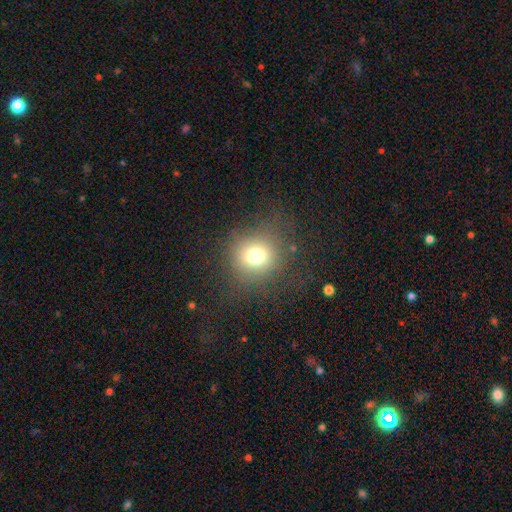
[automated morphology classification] This is likely a smooth galaxy (73%). How rounded: clearly round (86%). Merging: likely none (79%).